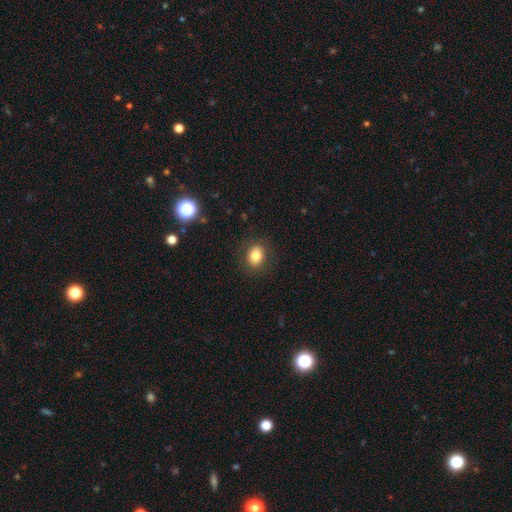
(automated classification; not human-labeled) A smooth galaxy with no disk features (81%) that is in between round and cigar-shaped (59%). Merging: none (86%).